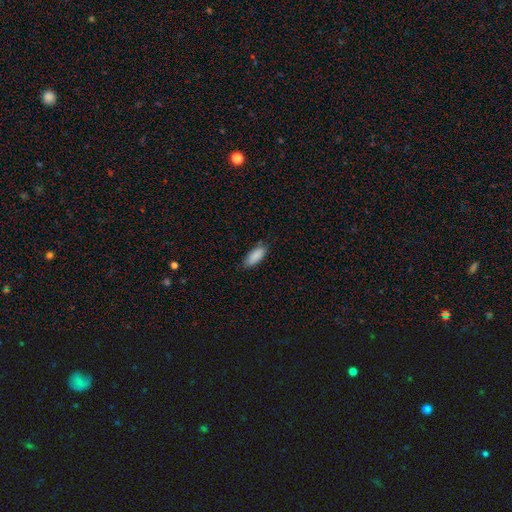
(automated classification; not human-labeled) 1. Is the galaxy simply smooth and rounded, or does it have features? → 89% smooth, 6% star or artifact, 5% featured or disk.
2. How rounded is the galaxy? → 81% in between, 17% cigar-shaped, 2% round.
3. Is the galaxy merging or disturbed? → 80% none, 16% minor disturbance, 3% major disturbance, 1% merger.